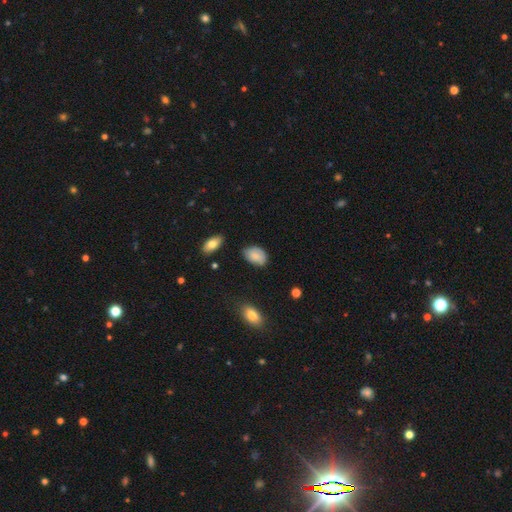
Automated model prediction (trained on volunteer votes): Morphology: type=smooth (85%); roundness=in between (89%); merging=none (71%).